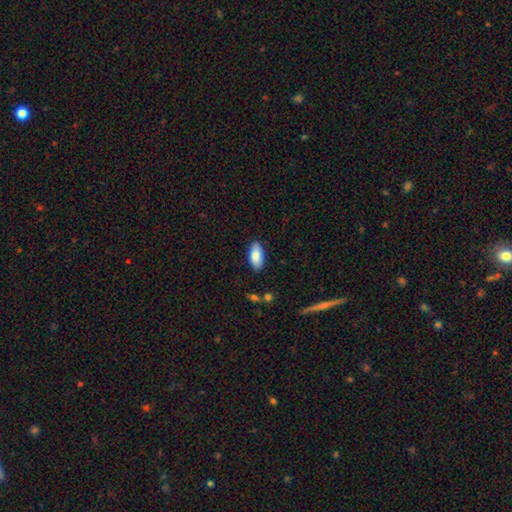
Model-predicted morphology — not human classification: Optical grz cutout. It shows a smooth galaxy with no disk features (85%) that is in between round and cigar-shaped (90%). Merging: none (85%).